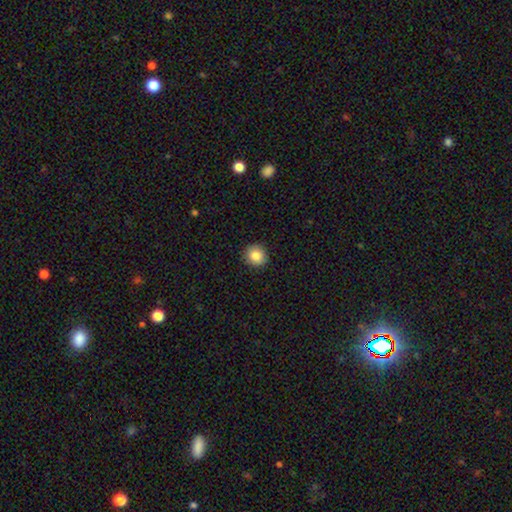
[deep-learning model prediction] Q: Smooth or featured?
A: smooth (85%); runner-up: star or artifact (9%)
Q: How rounded?
A: round (90%); runner-up: in between (9%)
Q: Merging?
A: none (91%); runner-up: minor disturbance (6%)